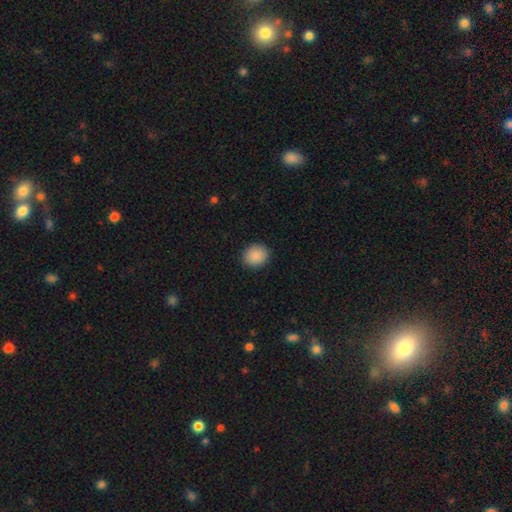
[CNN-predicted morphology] smooth-or-featured: smooth: 90% | star or artifact: 8% | featured or disk: 3%
  how-rounded: round: 79% | in between: 20% | cigar-shaped: 1%
  merging: none: 91% | minor disturbance: 6% | major disturbance: 2% | merger: 1%